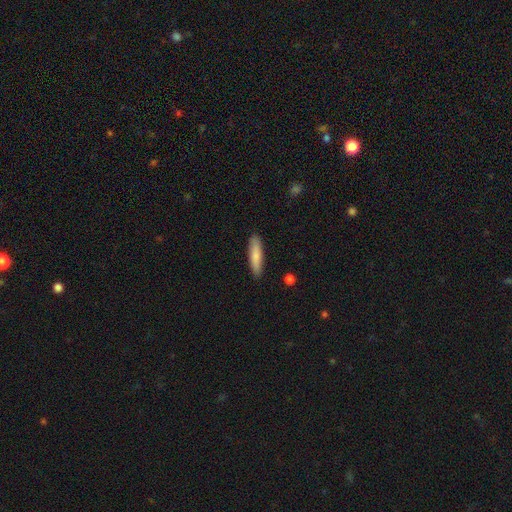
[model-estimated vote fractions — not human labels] smooth-or-featured: smooth: 79% | featured or disk: 15% | star or artifact: 6%
  how-rounded: cigar-shaped: 78% | in between: 20% | round: 1%
  merging: none: 89% | minor disturbance: 8% | major disturbance: 2% | merger: 1%